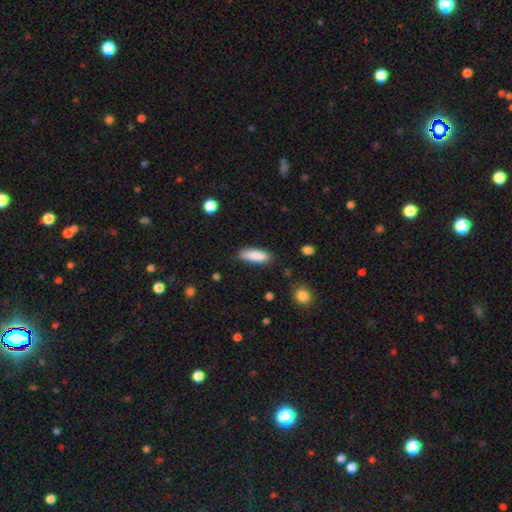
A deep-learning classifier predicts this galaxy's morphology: This appears to be a smooth galaxy with no disk features (88%) that is in between round and cigar-shaped (62%). Merging: none (80%).